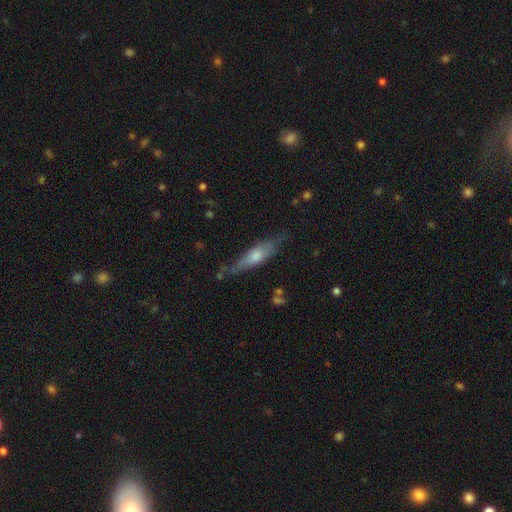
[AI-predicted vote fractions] smooth 48%, featured or disk 45%, star or artifact 7%. Down the decision tree: merging — none (64%).